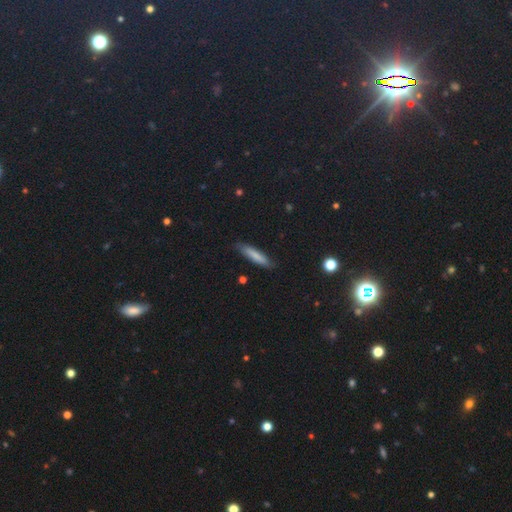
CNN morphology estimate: Smooth or featured: smooth — 77% (featured or disk — 16%)
How rounded: cigar-shaped — 82% (in between — 17%)
Merging: none — 82% (minor disturbance — 14%)